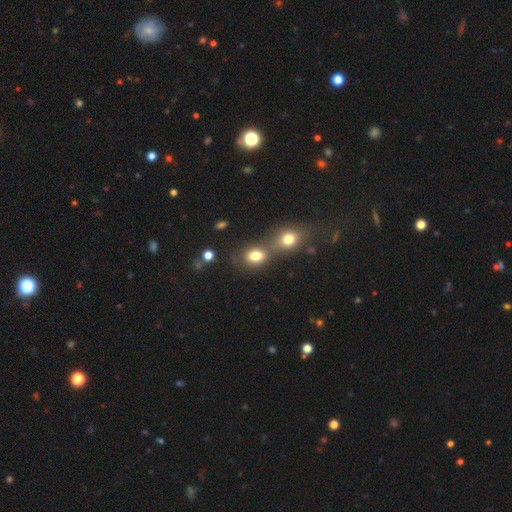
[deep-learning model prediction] This appears to be a smooth galaxy with no disk features (78%) that is in between round and cigar-shaped (54%). Merging: merger (50%).